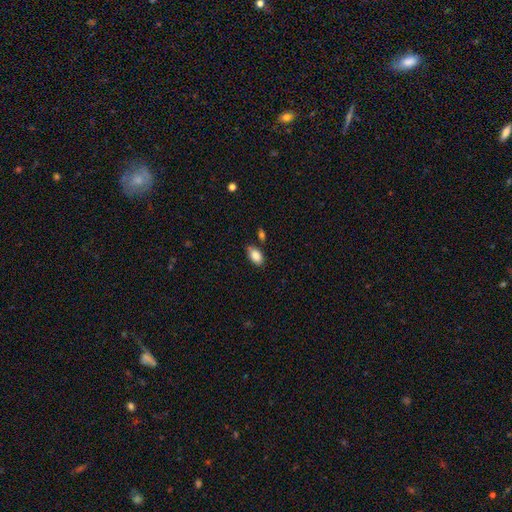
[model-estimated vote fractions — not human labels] Smooth or featured? smooth (86%)
How rounded? in between (92%)
Merging? none (77%)